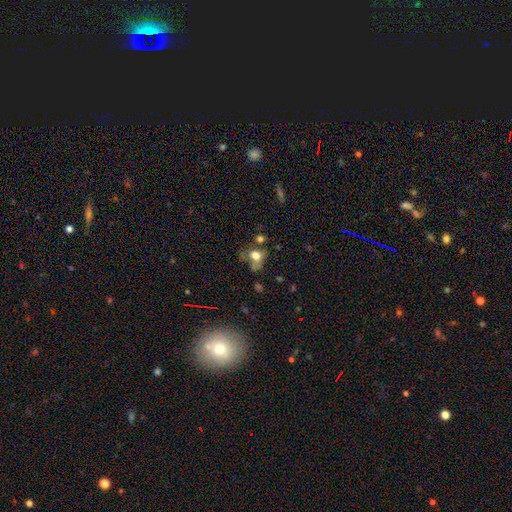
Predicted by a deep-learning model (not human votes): This appears to be a smooth galaxy with no disk features (66%) that is round (53%). Merging: none (34%).